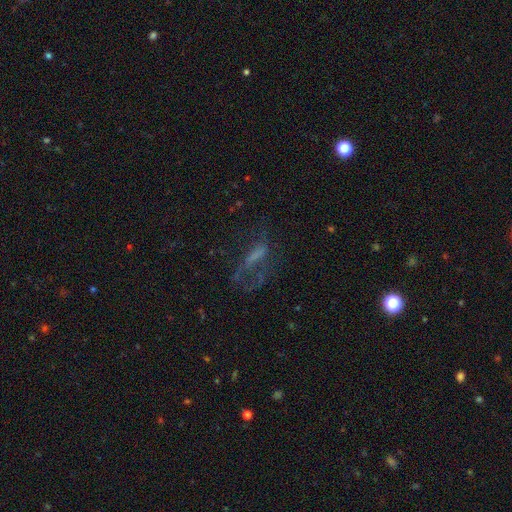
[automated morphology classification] Overall: featured or disk (46%; smooth 31%). Merging: major disturbance (41%; none 38%).